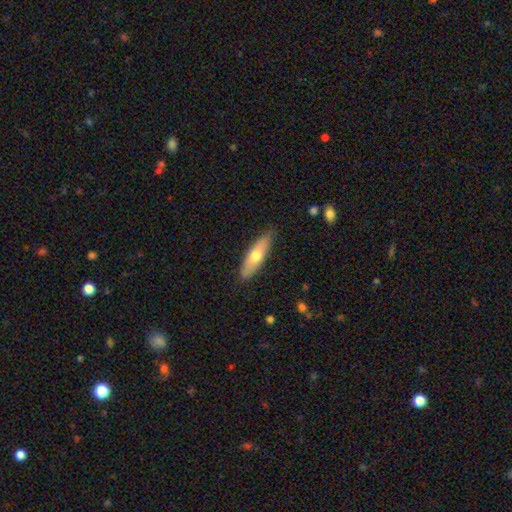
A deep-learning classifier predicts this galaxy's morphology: Smooth or featured? smooth (61%)
How rounded? cigar-shaped (56%)
Merging? none (84%)